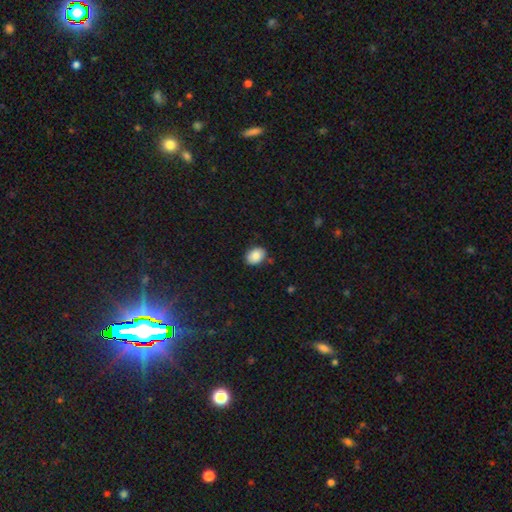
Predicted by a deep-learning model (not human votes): Smooth or featured: smooth — 86% (star or artifact — 8%)
How rounded: in between — 75% (round — 24%)
Merging: none — 84% (minor disturbance — 12%)